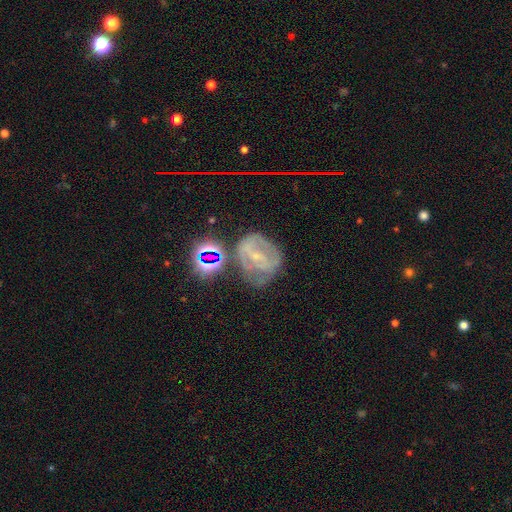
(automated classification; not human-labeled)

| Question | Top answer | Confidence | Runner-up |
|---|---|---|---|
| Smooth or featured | featured or disk | 62% | star or artifact (20%) |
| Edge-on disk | no | 95% | yes (5%) |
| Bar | weak | 39% | no (30%) |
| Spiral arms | yes | 71% | no (29%) |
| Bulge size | small | 72% | moderate (18%) |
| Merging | none | 51% | minor disturbance (23%) |